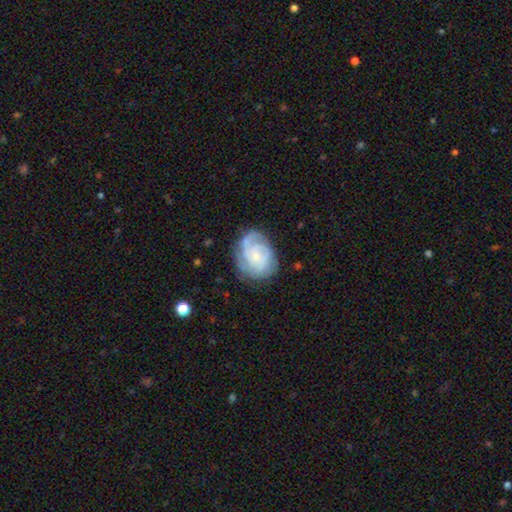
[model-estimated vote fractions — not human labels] smooth-or-featured: featured or disk: 80% | smooth: 15% | star or artifact: 6%
  disk-edge-on: no: 98% | yes: 2%
    bar: no: 69% | weak: 27% | strong: 4%
    has-spiral-arms: yes: 95% | no: 5%
      spiral-winding: tight: 62% | medium: 31% | loose: 7%
      spiral-arm-count: 3: 29% (tied) | can't tell: 29% (tied) | 2: 22% | 4: 10% | 1: 6% | more than 4: 5%
    bulge-size: small: 68% | moderate: 20% | none: 9% | large: 2% | dominant: 1%
  merging: none: 71% | minor disturbance: 20% | major disturbance: 8% | merger: 1%